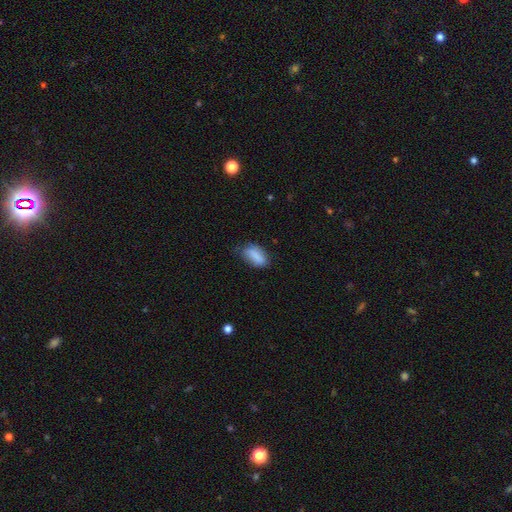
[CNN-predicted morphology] A smooth galaxy with no disk features (84%) that is in between round and cigar-shaped (88%). Merging: none (60%).